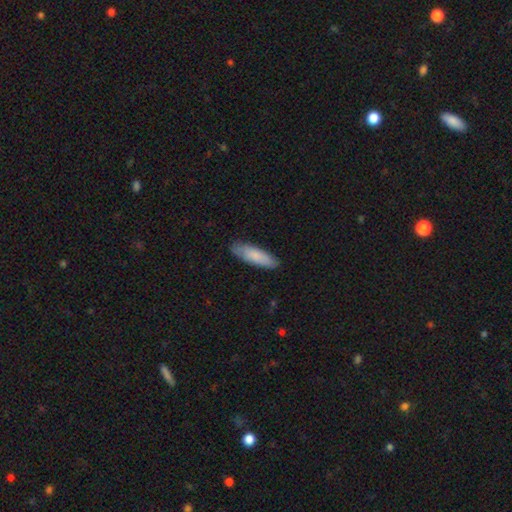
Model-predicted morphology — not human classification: This appears to be a smooth galaxy with no disk features (81%) that is cigar-shaped (52%). Merging: none (84%).